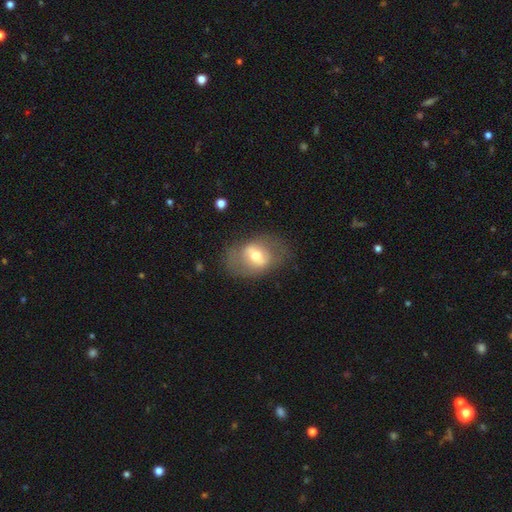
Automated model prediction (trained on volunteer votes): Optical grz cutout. It shows a featured or disk galaxy (50%). Merging: none (70%).